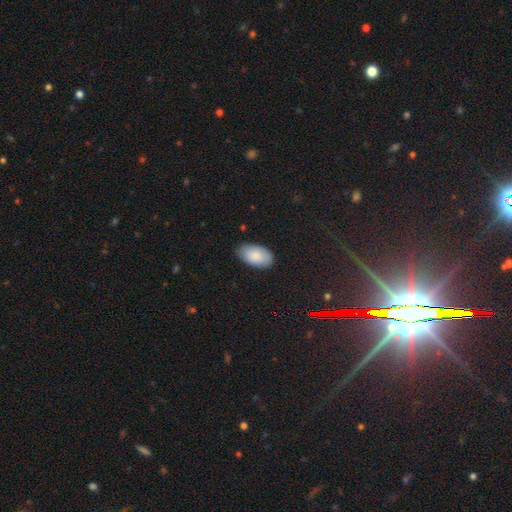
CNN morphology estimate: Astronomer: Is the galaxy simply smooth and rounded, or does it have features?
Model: smooth — 87%.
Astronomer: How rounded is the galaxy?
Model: in between — 95%.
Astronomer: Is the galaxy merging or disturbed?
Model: none — 82%.